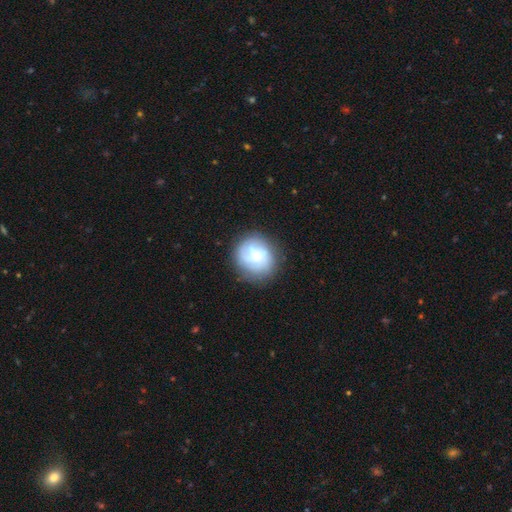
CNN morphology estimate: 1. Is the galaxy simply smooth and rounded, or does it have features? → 47% smooth, 45% featured or disk, 8% star or artifact.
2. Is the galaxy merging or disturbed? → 74% none, 17% minor disturbance, 7% major disturbance, 2% merger.